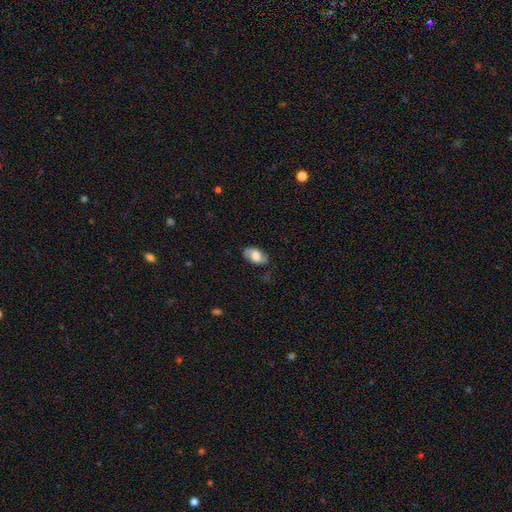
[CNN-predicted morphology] This appears to be a smooth galaxy with no disk features (55%) that is in between round and cigar-shaped (91%). Merging: none (77%).